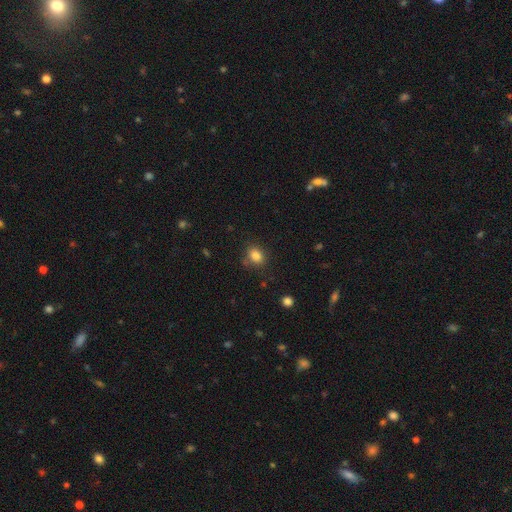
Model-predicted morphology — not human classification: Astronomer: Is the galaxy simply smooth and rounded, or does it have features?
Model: smooth — 83%.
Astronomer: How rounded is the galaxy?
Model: round — 50% (runner-up: in between, 49%).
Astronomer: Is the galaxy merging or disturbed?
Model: none — 79%.